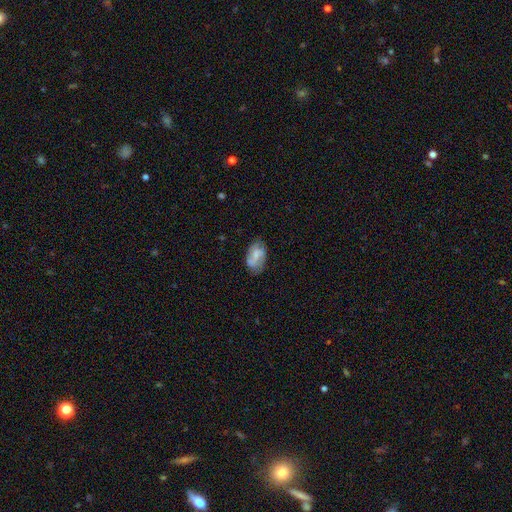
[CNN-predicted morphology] smooth-or-featured: smooth: 52% | featured or disk: 41% | star or artifact: 7%
  how-rounded: in between: 91% | round: 7% | cigar-shaped: 2%
  merging: none: 65% | minor disturbance: 25% | major disturbance: 7% | merger: 2%